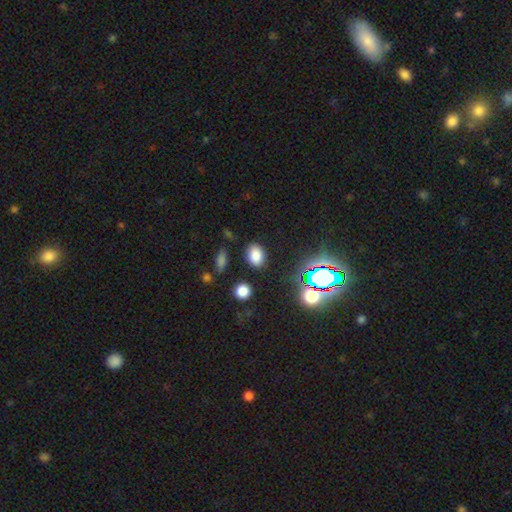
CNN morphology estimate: A smooth galaxy with no disk features (78%) that is in between round and cigar-shaped (77%). Merging: none (83%).